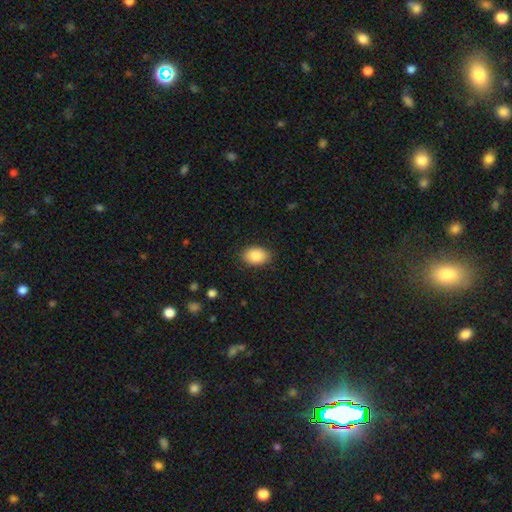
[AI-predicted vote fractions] smooth_or_featured: smooth (p=0.89) [alt: star or artifact p=0.07]
how_rounded: in between (p=0.86) [alt: round p=0.12]
merging: none (p=0.87) [alt: minor disturbance p=0.09]